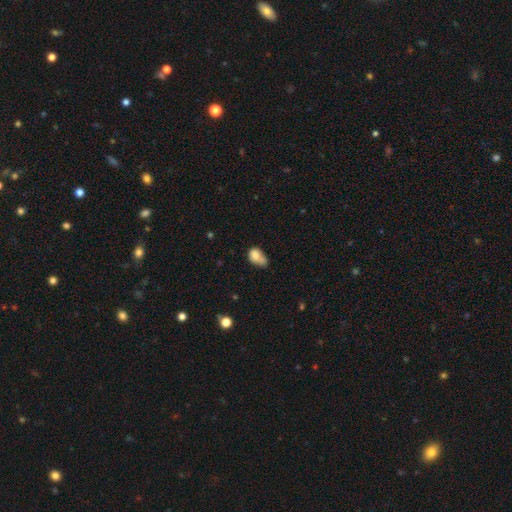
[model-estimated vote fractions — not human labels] smooth-or-featured: smooth: 77% | featured or disk: 12% | star or artifact: 10%
  how-rounded: in between: 79% | round: 19% | cigar-shaped: 2%
  merging: minor disturbance: 34% | none: 28% | merger: 23% | major disturbance: 16%